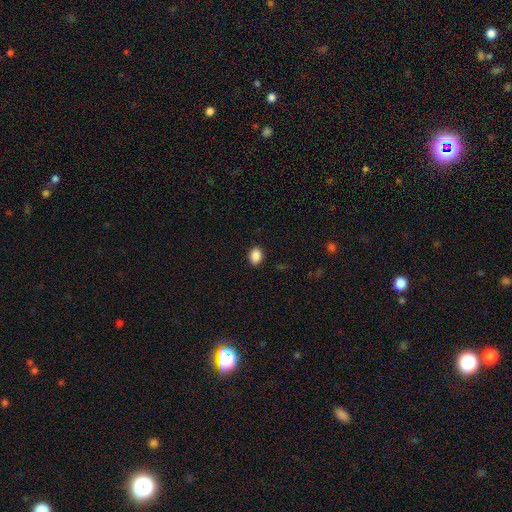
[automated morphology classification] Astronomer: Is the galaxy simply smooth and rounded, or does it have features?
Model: smooth — 88%.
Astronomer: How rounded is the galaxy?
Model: in between — 66%.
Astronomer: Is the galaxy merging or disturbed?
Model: none — 90%.